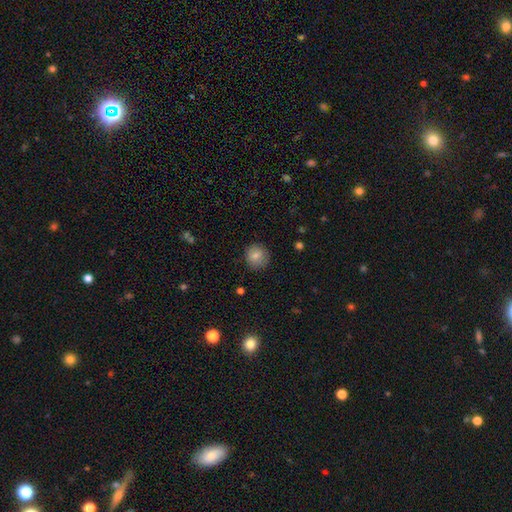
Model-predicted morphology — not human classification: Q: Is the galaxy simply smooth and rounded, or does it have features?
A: smooth — 82%.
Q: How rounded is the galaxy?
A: round — 88%.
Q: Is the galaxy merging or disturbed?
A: none — 85%.